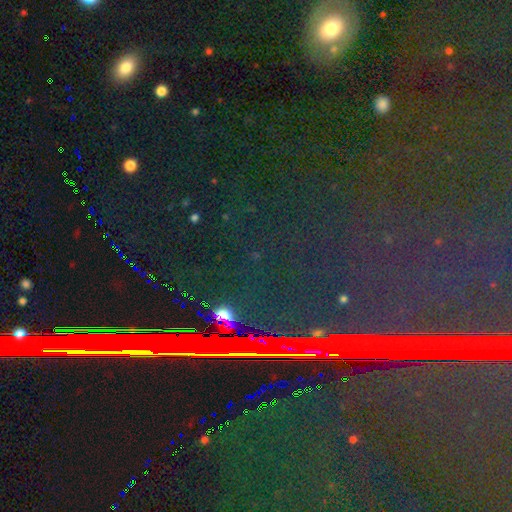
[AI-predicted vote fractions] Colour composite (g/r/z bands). It shows a star or artifact, not a galaxy (85%).